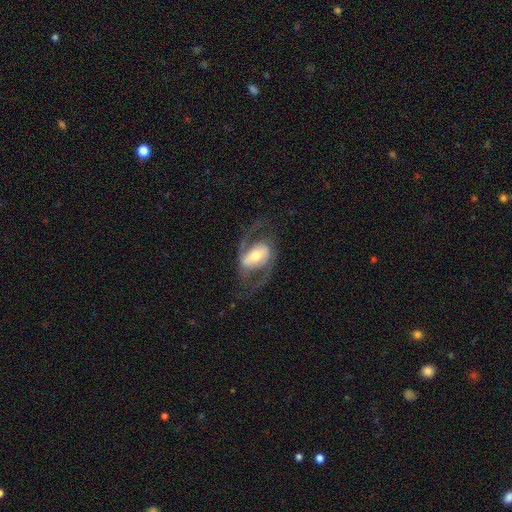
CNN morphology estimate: A featured or disk galaxy (82%) with a strong bar (43%), 2 (90%) medium (53%) spiral arms (88%) and a moderate central bulge (60%). Merging: none (66%).